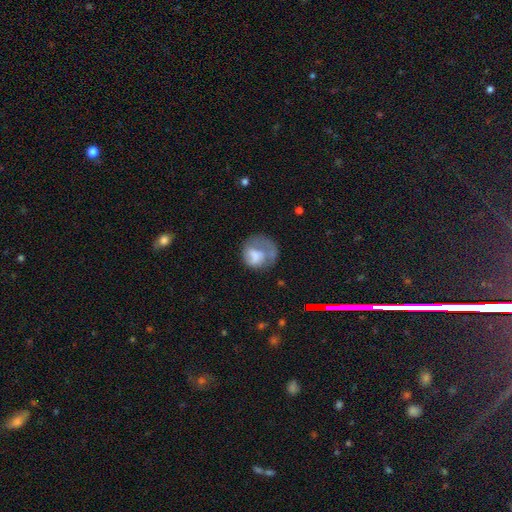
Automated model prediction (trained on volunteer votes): Q: Smooth or featured?
A: smooth (60%); runner-up: featured or disk (31%)
Q: How rounded?
A: round (69%); runner-up: in between (30%)
Q: Merging?
A: major disturbance (39%); runner-up: none (32%)